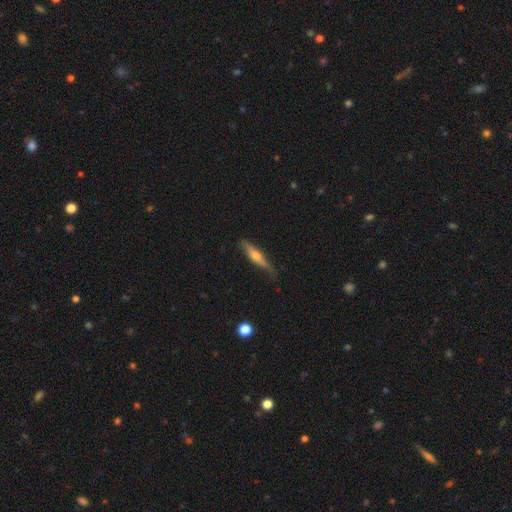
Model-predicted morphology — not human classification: A featured or disk galaxy (56%) viewed edge-on (92%) with a rounded central bulge (89%).

Vote fractions:
- Smooth or featured? featured or disk: 56% / smooth: 38% / star or artifact: 6%
- Edge-on disk? yes: 92% / no: 8%
- Edge-on bulge? rounded: 89% / none: 7% / boxy: 4%
- Merging? none: 72% / minor disturbance: 22% / major disturbance: 4% / merger: 2%